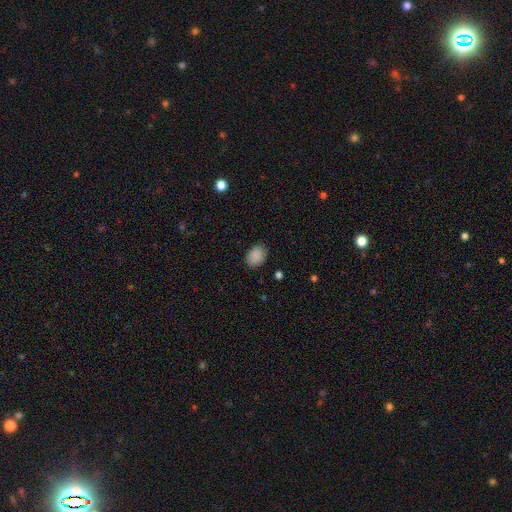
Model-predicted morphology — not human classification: smooth 88%, star or artifact 8%, featured or disk 3%. Down the decision tree: how rounded — in between (64%); merging — none (84%).